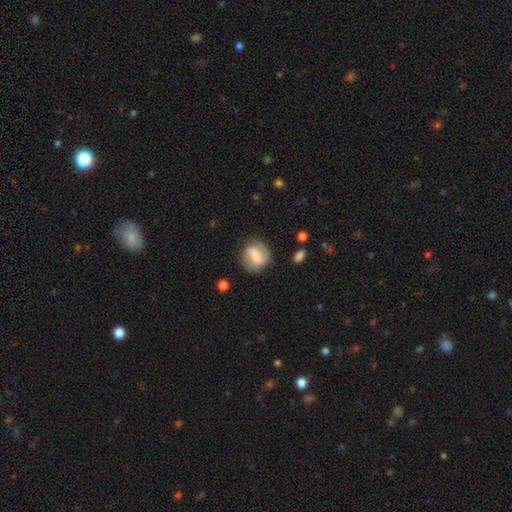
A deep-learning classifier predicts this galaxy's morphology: Smooth or featured? smooth (54%)
How rounded? round (61%)
Merging? none (72%)